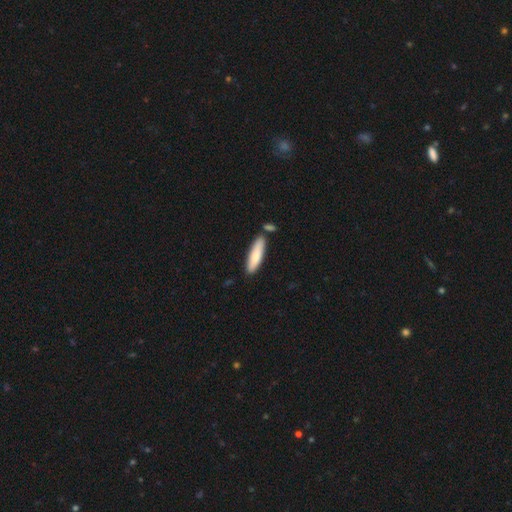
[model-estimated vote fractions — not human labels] This is clearly a smooth galaxy (81%). How rounded: likely cigar-shaped (70%). Merging: likely none (79%).